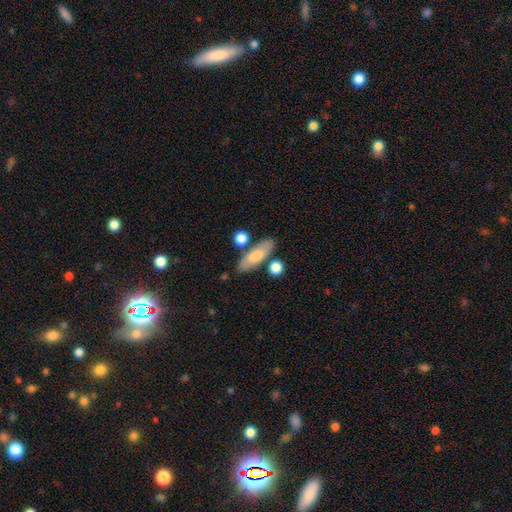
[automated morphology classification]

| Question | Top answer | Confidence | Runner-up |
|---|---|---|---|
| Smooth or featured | smooth | 72% | featured or disk (22%) |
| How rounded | in between | 57% | cigar-shaped (39%) |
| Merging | none | 75% | minor disturbance (12%) |